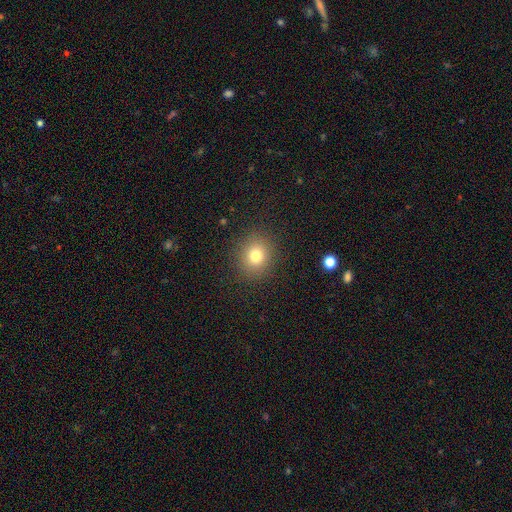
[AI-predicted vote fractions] Smooth or featured: smooth — 77% (star or artifact — 14%)
How rounded: round — 80% (in between — 19%)
Merging: none — 89% (minor disturbance — 7%)